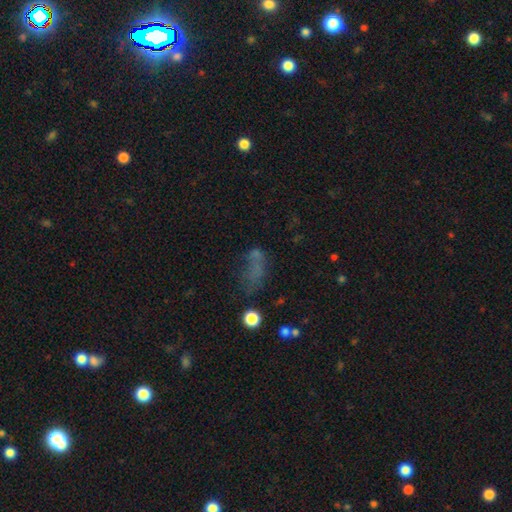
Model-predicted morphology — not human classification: This is possibly a smooth galaxy (51%). How rounded: likely in between (74%). Merging: marginally none (34%).